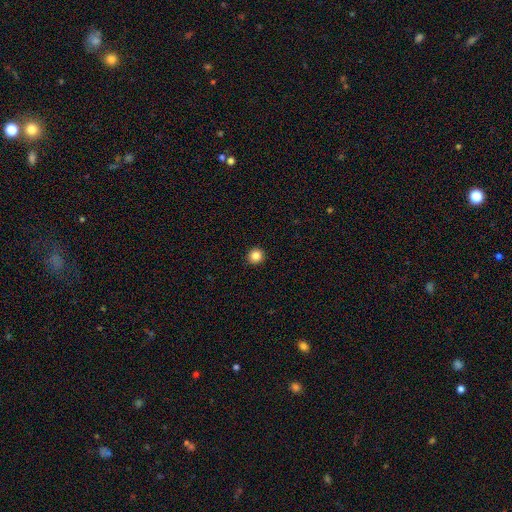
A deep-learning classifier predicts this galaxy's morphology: Smooth or featured? smooth (85%)
How rounded? round (94%)
Merging? none (93%)